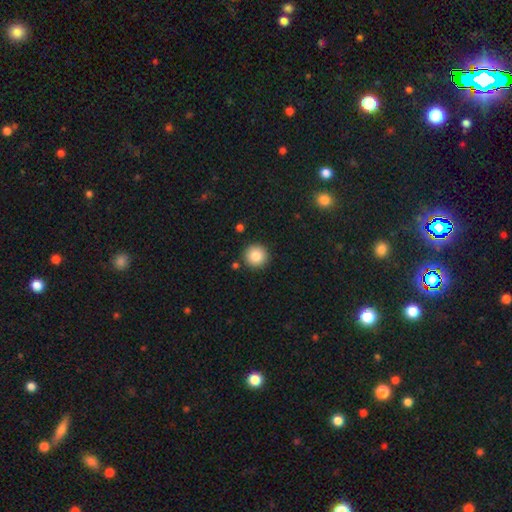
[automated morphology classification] A smooth galaxy with no disk features (86%) that is round (96%). Merging: none (90%).